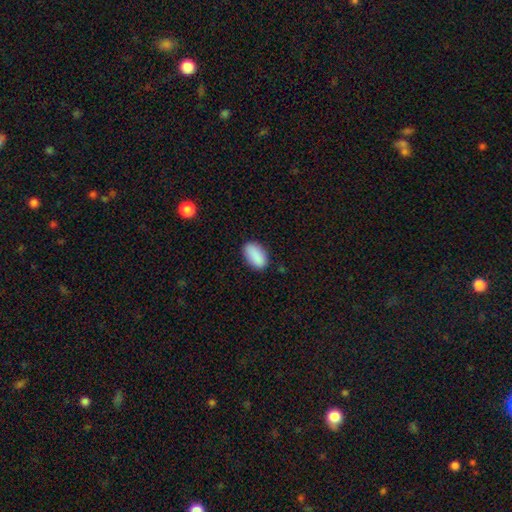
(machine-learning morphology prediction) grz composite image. It shows a smooth galaxy with no disk features (89%) that is in between round and cigar-shaped (93%). Merging: none (83%).